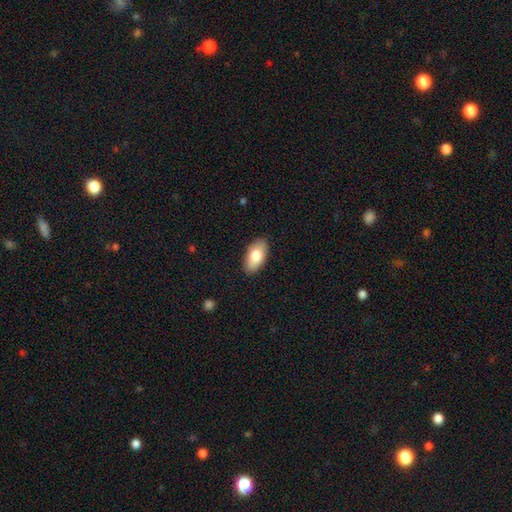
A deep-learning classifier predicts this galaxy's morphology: A smooth galaxy with no disk features (79%) that is in between round and cigar-shaped (94%).

Vote fractions:
- Smooth or featured? smooth: 79% / featured or disk: 15% / star or artifact: 6%
- How rounded? in between: 94% / round: 3% / cigar-shaped: 3%
- Merging? none: 88% / minor disturbance: 9% / major disturbance: 2% / merger: 1%